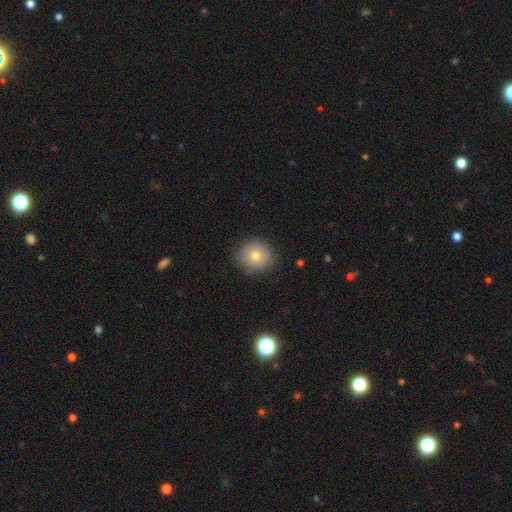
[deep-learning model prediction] Smooth or featured? Predicted: smooth (p=0.74). How rounded? Predicted: round (p=0.87). Merging? Predicted: none (p=0.86).